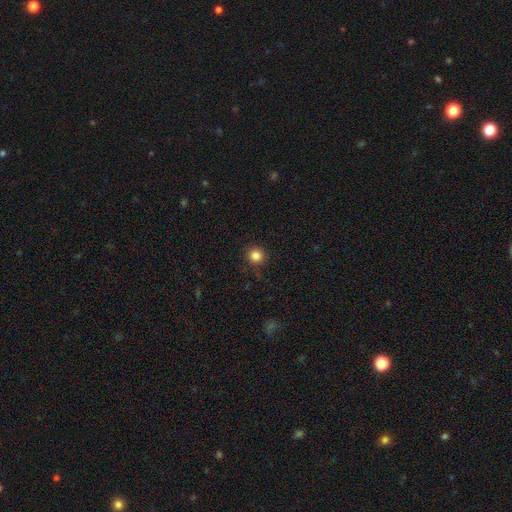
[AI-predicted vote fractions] This is clearly a smooth galaxy (84%). How rounded: clearly round (95%). Merging: clearly none (90%).